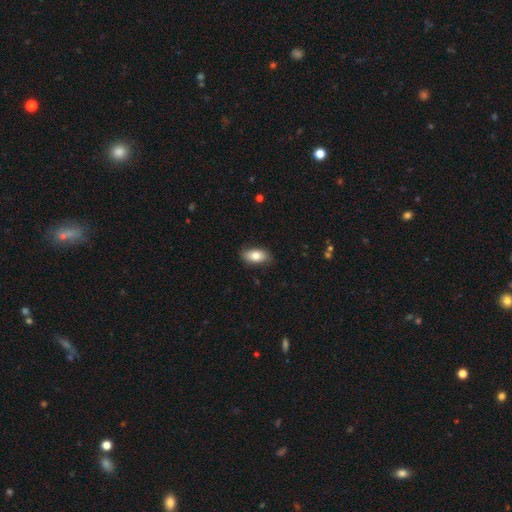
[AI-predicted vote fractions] smooth-or-featured: smooth: 81% | featured or disk: 12% | star or artifact: 7%
  how-rounded: in between: 92% | round: 5% | cigar-shaped: 3%
  merging: none: 83% | minor disturbance: 13% | major disturbance: 3% | merger: 1%